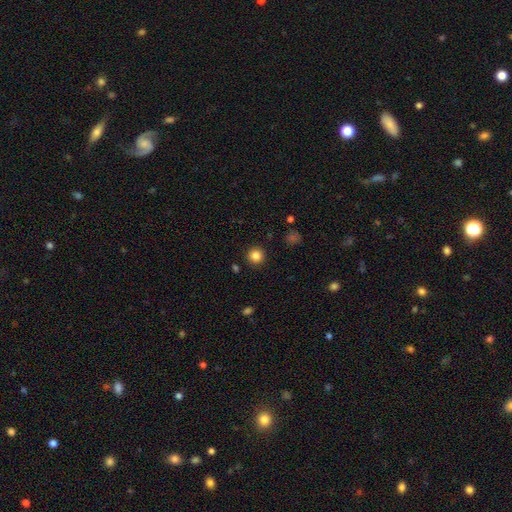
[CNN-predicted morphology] A smooth galaxy with no disk features (84%) that is round (95%).

Vote fractions:
- Smooth or featured? smooth: 84% / star or artifact: 12% / featured or disk: 5%
- How rounded? round: 95% / in between: 4% / cigar-shaped: 1%
- Merging? none: 91% / minor disturbance: 5% / major disturbance: 2% / merger: 1%